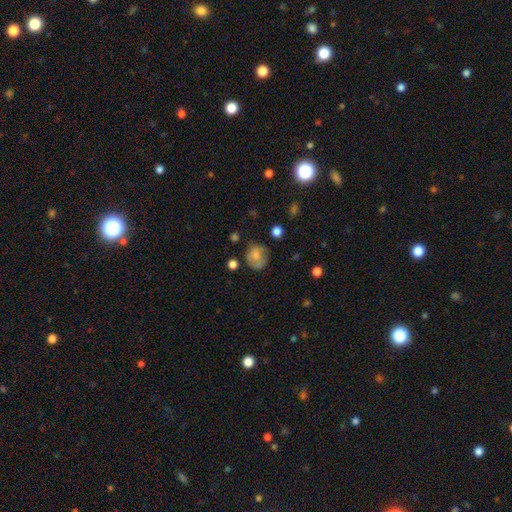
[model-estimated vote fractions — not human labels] Smooth or featured? Predicted: smooth (p=0.72). How rounded? Predicted: round (p=0.72). Merging? Predicted: none (p=0.56).